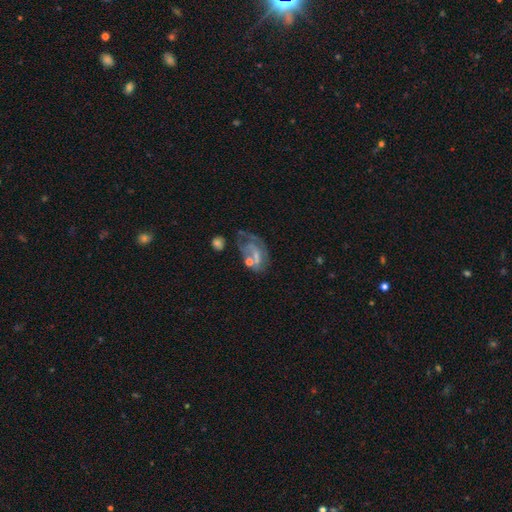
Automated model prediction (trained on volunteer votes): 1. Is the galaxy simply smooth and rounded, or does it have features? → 55% featured or disk, 33% smooth, 12% star or artifact.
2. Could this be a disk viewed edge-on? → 96% no, 4% yes.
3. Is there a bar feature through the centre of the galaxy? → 60% no, 31% weak, 10% strong.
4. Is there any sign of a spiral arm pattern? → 50% no (tied), 50% yes (tied).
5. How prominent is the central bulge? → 40% small, 29% none, 26% moderate, 4% large, 2% dominant.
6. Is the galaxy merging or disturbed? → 35% major disturbance, 29% none, 21% minor disturbance, 15% merger.